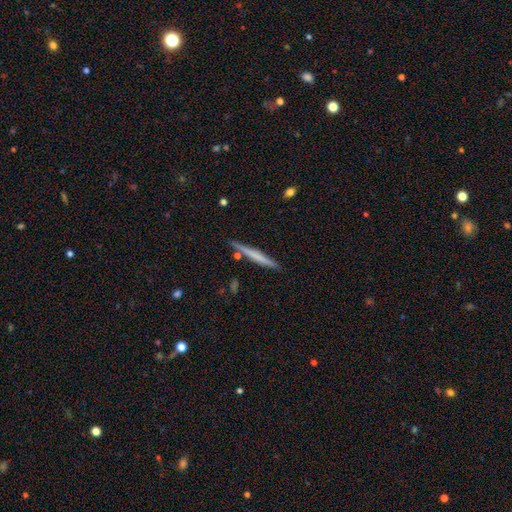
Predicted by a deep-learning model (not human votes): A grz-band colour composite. It shows a smooth galaxy with no disk features (53%) that is cigar-shaped (96%). Merging: none (87%).